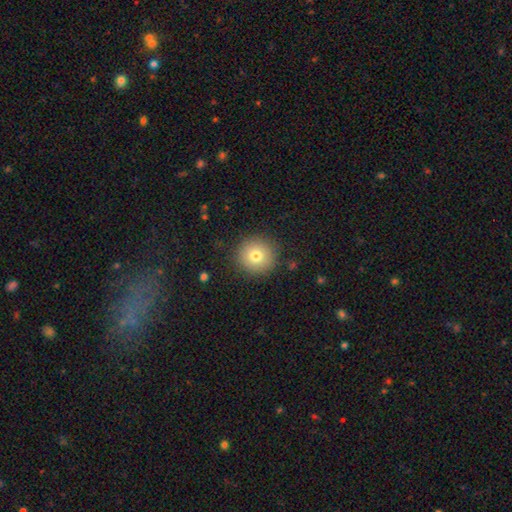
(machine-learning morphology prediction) Overall: smooth (76%). How rounded: round (95%). Merging: none (89%).